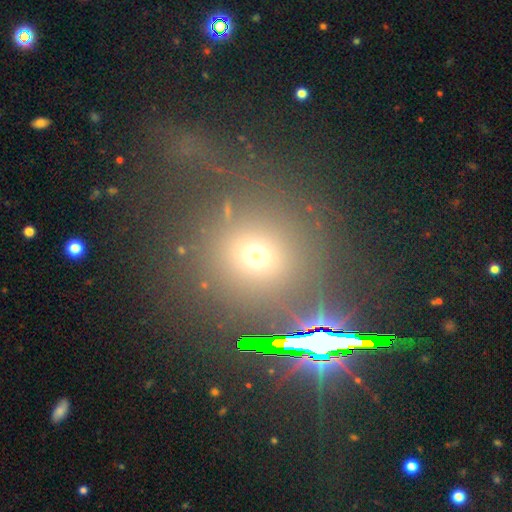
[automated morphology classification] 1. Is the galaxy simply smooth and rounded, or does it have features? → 53% smooth, 34% star or artifact, 13% featured or disk.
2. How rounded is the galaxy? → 89% round, 9% in between, 2% cigar-shaped.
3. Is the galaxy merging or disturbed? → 69% none, 13% minor disturbance, 12% major disturbance, 6% merger.